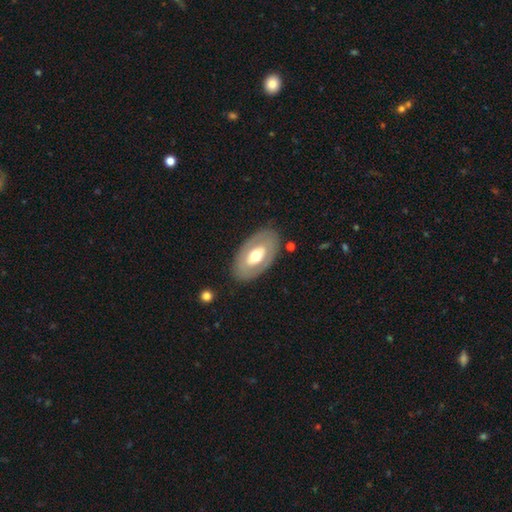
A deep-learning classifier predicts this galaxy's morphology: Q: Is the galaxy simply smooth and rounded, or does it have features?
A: featured or disk — 52%.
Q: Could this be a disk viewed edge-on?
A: no — 88%.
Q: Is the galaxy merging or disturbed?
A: none — 82%.